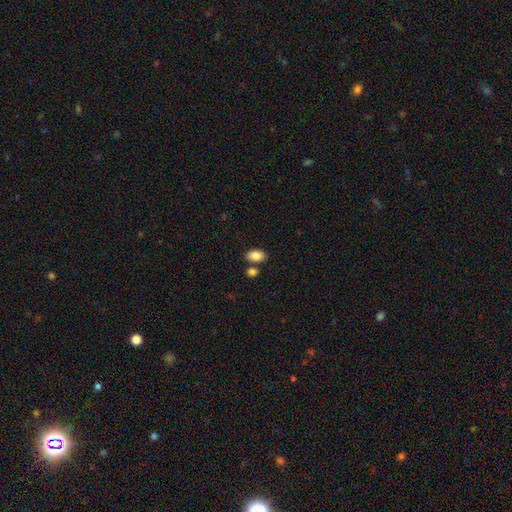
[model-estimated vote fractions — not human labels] Smooth or featured? smooth (87%)
How rounded? in between (91%)
Merging? none (73%)